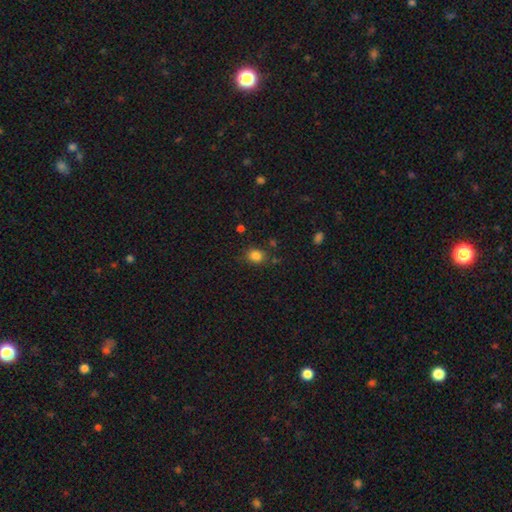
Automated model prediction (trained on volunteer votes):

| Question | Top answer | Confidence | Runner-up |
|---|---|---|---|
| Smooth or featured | smooth | 83% | star or artifact (12%) |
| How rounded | round | 64% | in between (35%) |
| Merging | none | 79% | minor disturbance (13%) |